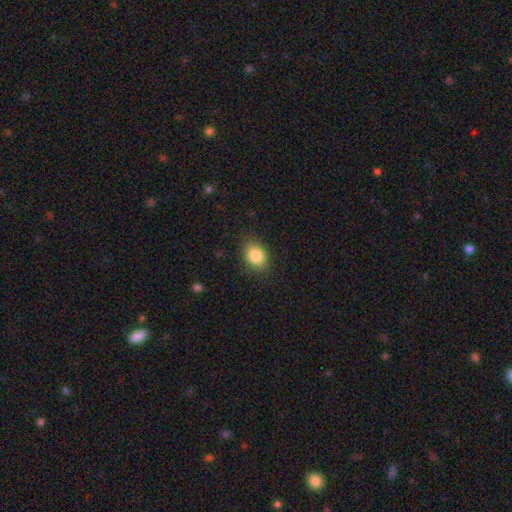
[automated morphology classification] The model was most divided on "how rounded": in between: 64%, round: 35%, cigar-shaped: 1%. More confident: smooth or featured — smooth (85%); merging — none (85%).